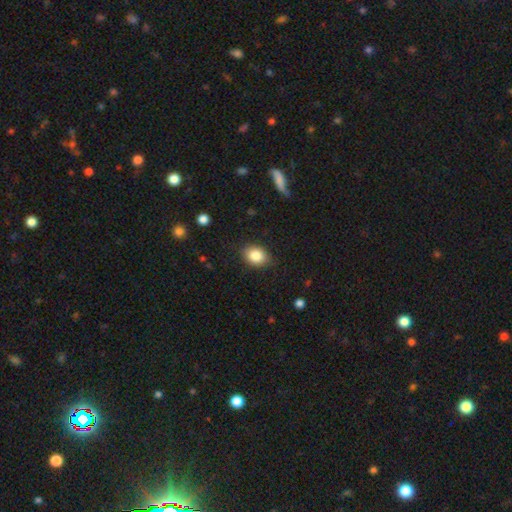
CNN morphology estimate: Smooth or featured? smooth (84%)
How rounded? in between (61%)
Merging? none (82%)